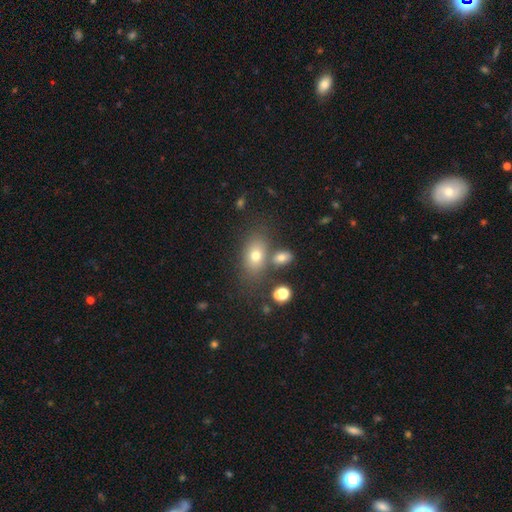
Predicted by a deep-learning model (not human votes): A smooth galaxy with no disk features (71%) that is in between round and cigar-shaped (80%). Merging: none (64%).